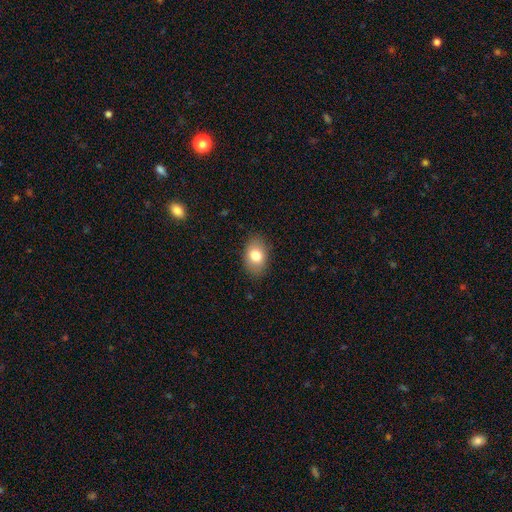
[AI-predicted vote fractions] Smooth or featured? smooth (79%)
How rounded? in between (85%)
Merging? none (86%)